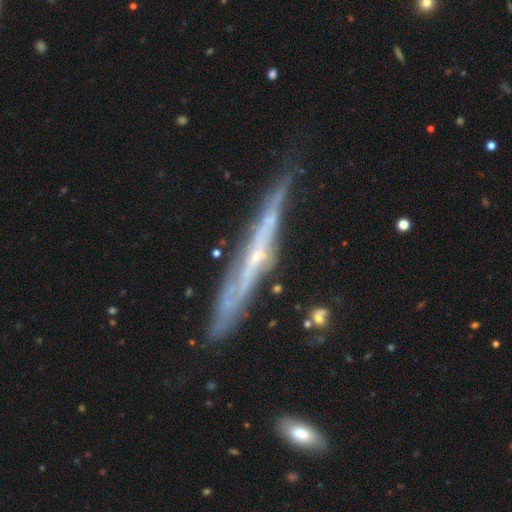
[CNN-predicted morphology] This is likely a featured or disk galaxy (80%). It is clearly viewed edge-on (89%). Edge-on bulge: possibly none (59%). Merging: likely none (68%).